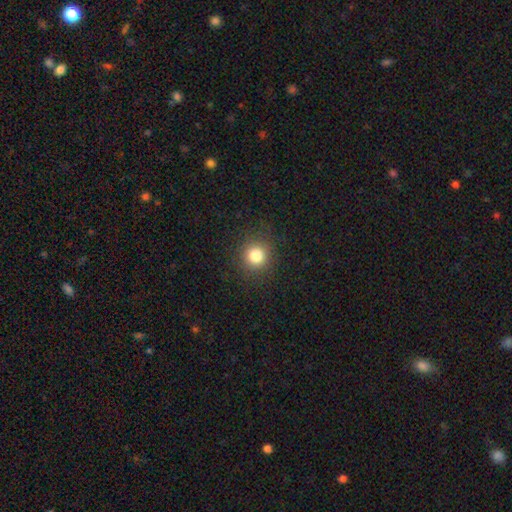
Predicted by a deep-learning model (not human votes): Smooth or featured?
  - smooth: 82% *
  - star or artifact: 13%
  - featured or disk: 6%
How rounded?
  - round: 91% *
  - in between: 8%
  - cigar-shaped: 1%
Merging?
  - none: 89% *
  - minor disturbance: 7%
  - major disturbance: 3%
  - merger: 1%